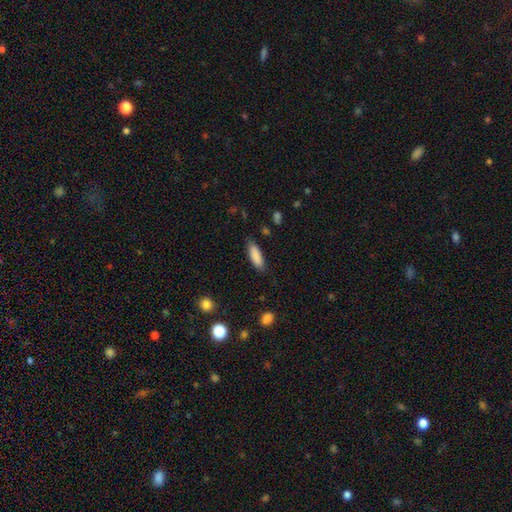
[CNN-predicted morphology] This appears to be a smooth galaxy with no disk features (88%) that is in between round and cigar-shaped (52%). Merging: none (84%).